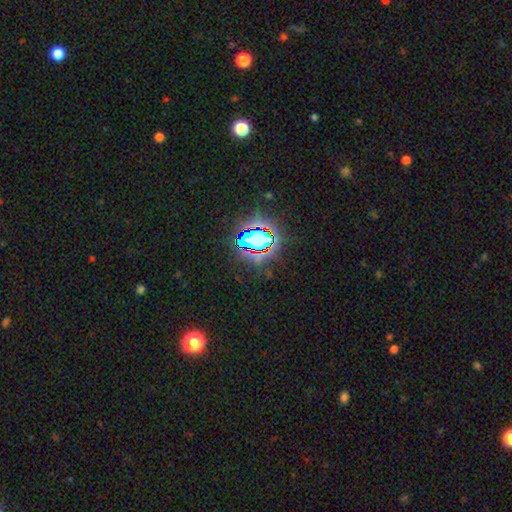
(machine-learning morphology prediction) Q: Smooth or featured?
A: star or artifact (77%); runner-up: smooth (14%)